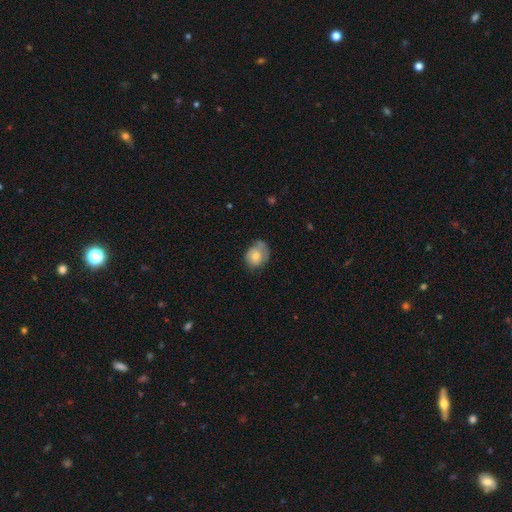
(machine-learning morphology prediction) Smooth or featured?
  - smooth: 60% *
  - featured or disk: 33%
  - star or artifact: 8%
How rounded?
  - round: 58% *
  - in between: 41%
  - cigar-shaped: 1%
Merging?
  - none: 46% *
  - minor disturbance: 35%
  - major disturbance: 15%
  - merger: 4%